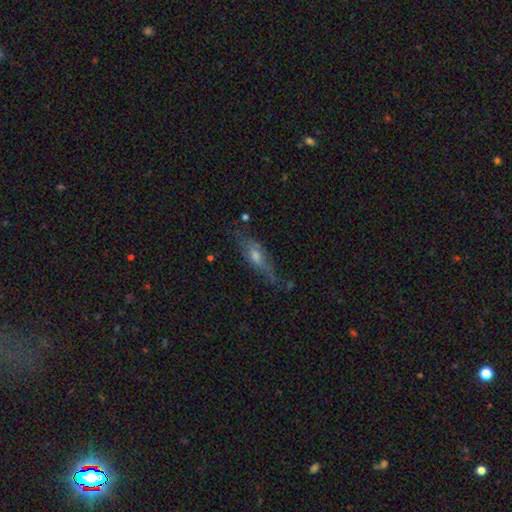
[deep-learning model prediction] Overall: featured or disk (58%; smooth 32%). Edge-on disk: yes (78%). Merging: none (70%).